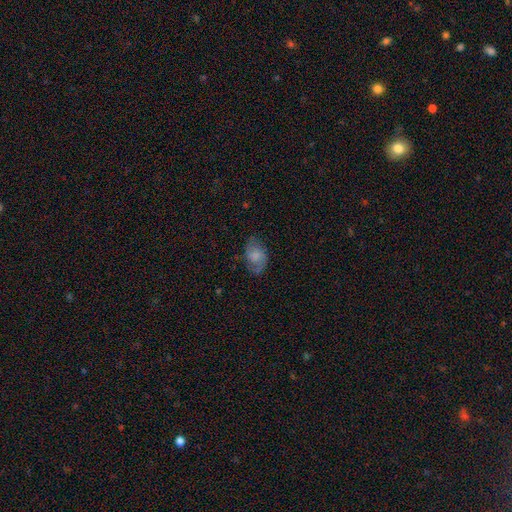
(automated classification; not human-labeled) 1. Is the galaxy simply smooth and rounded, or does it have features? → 50% smooth, 41% featured or disk, 9% star or artifact.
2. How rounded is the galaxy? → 84% in between, 14% round, 2% cigar-shaped.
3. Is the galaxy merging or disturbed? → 62% none, 25% minor disturbance, 12% major disturbance, 2% merger.